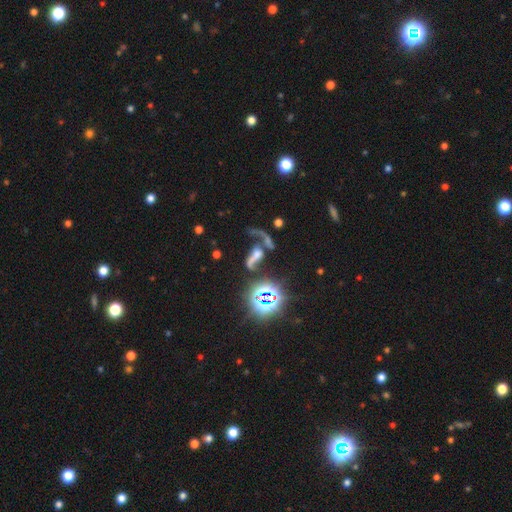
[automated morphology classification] featured or disk 48%, star or artifact 32%, smooth 21%. Down the decision tree: merging — merger (39%).